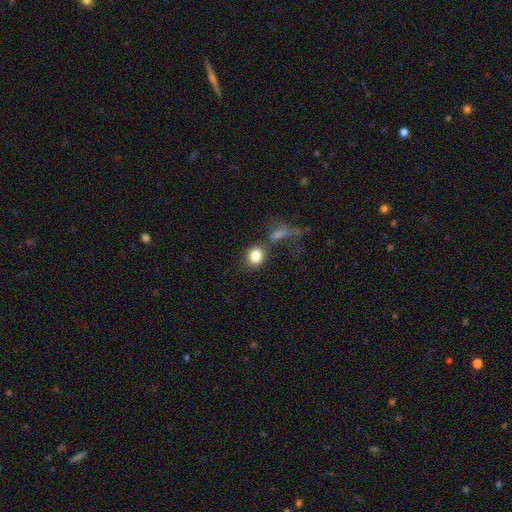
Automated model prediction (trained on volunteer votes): Smooth or featured? Predicted: smooth (p=0.82). How rounded? Predicted: round (p=0.63). Merging? Predicted: none (p=0.53).